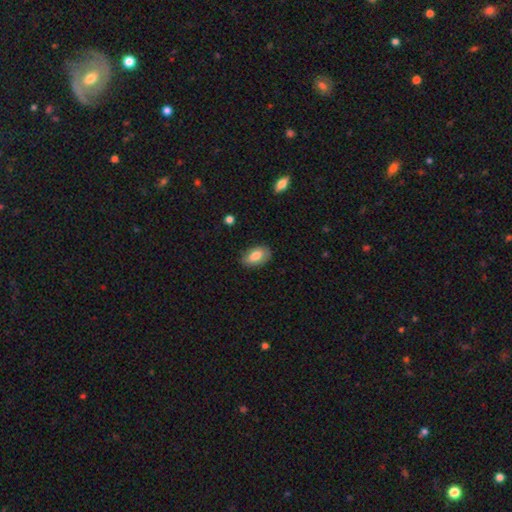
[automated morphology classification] The model was most divided on "smooth or featured": smooth: 79%, featured or disk: 14%, star or artifact: 7%. More confident: how rounded — in between (91%); merging — none (82%).